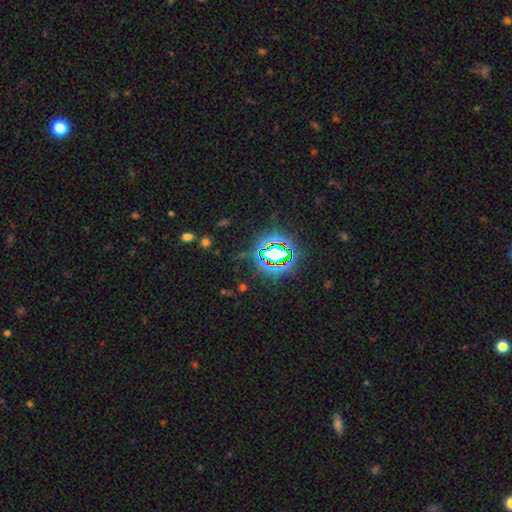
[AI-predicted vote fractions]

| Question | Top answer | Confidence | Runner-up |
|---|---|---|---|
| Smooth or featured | star or artifact | 80% | smooth (12%) |